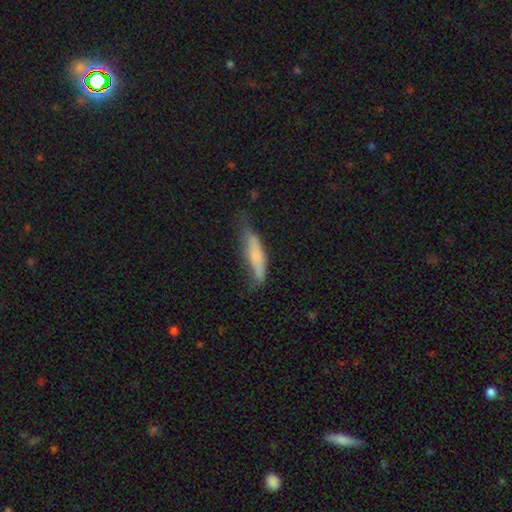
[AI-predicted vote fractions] smooth_or_featured: smooth (p=0.72) [alt: featured or disk p=0.21]
how_rounded: cigar-shaped (p=0.75) [alt: in between p=0.23]
merging: none (p=0.44) [alt: minor disturbance p=0.36]